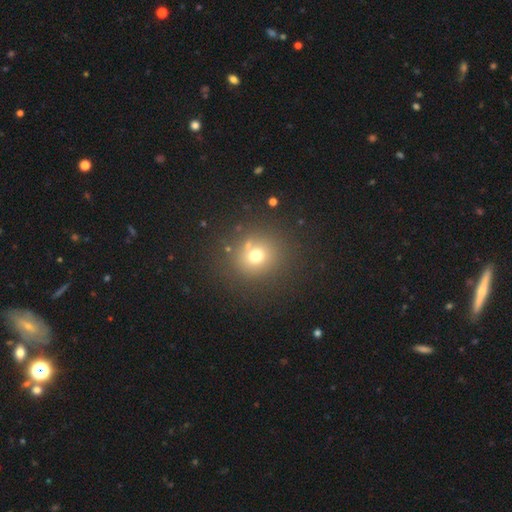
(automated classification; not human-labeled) Morphology: type=smooth (68%); roundness=round (85%); merging=none (78%).